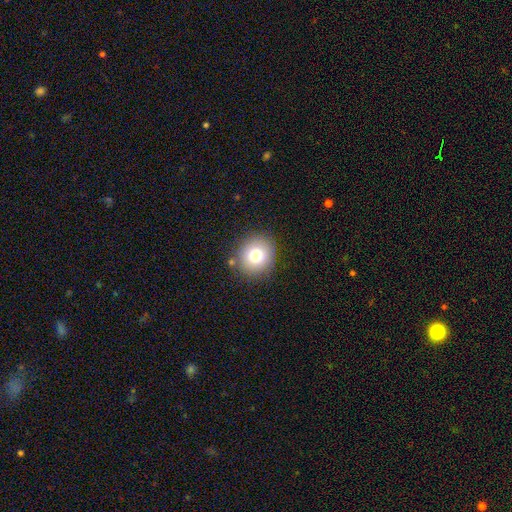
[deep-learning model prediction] Q: Smooth or featured?
A: smooth (76%); runner-up: star or artifact (12%)
Q: How rounded?
A: round (83%); runner-up: in between (16%)
Q: Merging?
A: none (85%); runner-up: minor disturbance (9%)